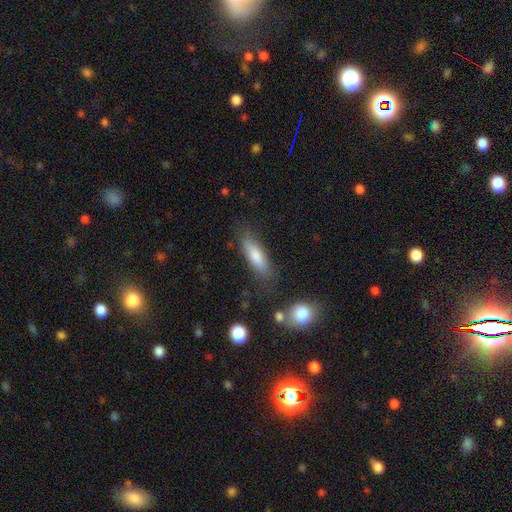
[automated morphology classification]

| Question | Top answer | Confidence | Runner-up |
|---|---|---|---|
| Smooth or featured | smooth | 76% | featured or disk (17%) |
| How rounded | cigar-shaped | 55% | in between (42%) |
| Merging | none | 76% | minor disturbance (15%) |